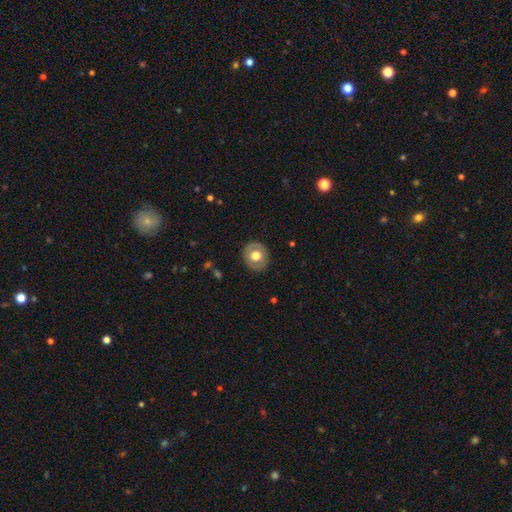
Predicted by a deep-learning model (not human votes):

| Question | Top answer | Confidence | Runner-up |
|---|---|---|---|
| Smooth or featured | smooth | 62% | featured or disk (31%) |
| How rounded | round | 77% | in between (22%) |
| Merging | none | 87% | minor disturbance (10%) |